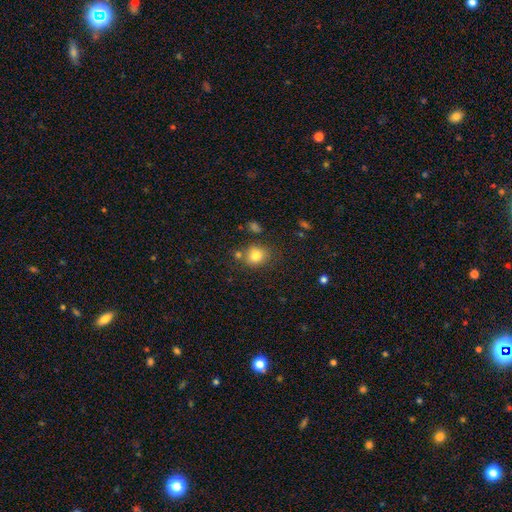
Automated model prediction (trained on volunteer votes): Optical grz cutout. It shows a smooth galaxy with no disk features (80%) that is round (70%). Merging: none (71%).